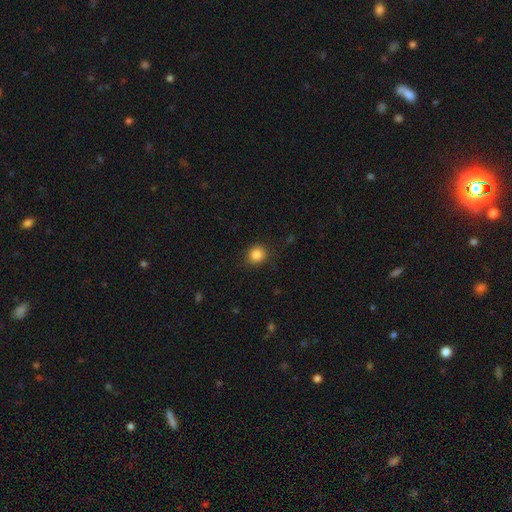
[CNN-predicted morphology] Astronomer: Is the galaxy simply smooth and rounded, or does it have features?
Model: smooth — 86%.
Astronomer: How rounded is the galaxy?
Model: round — 84%.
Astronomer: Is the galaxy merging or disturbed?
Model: none — 87%.